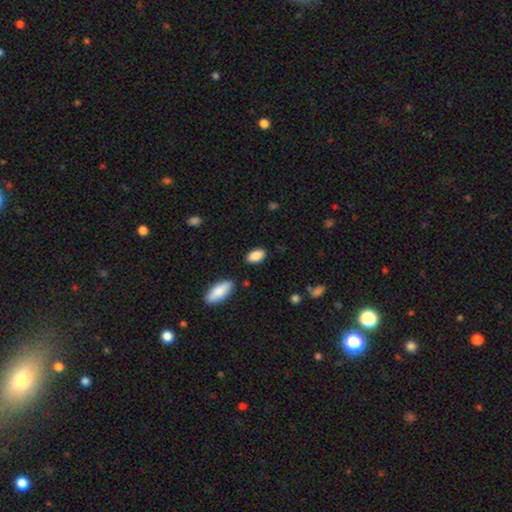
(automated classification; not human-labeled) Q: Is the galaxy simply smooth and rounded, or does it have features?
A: smooth — 88%.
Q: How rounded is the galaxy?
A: in between — 92%.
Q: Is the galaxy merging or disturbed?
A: none — 83%.